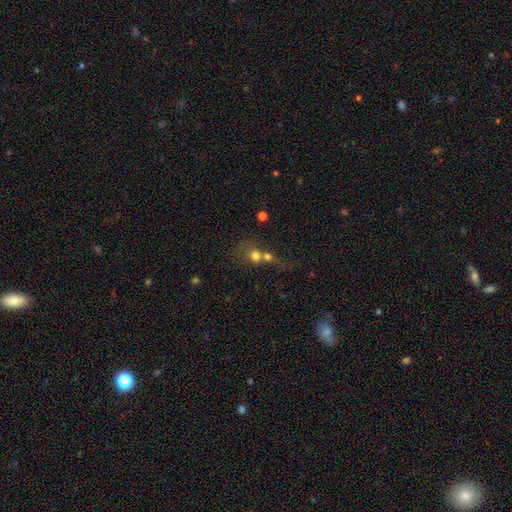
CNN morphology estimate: Overall: smooth (68%). How rounded: round (75%). Merging: merger (66%).